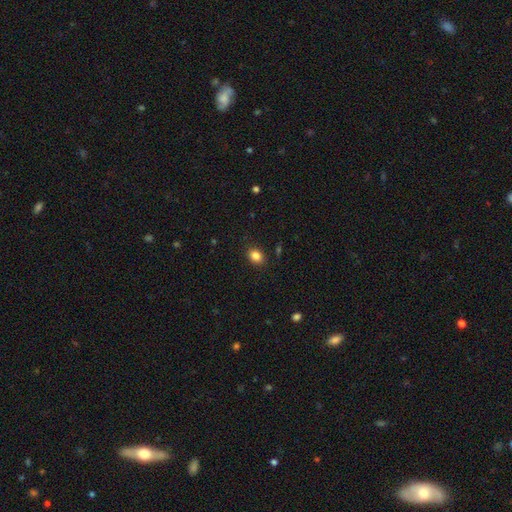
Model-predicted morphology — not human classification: Overall: smooth (85%). How rounded: in between (56%; round 43%). Merging: none (87%).